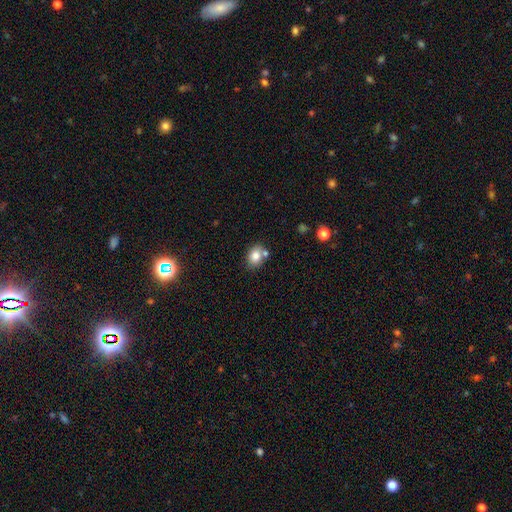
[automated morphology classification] A smooth galaxy with no disk features (81%) that is in between round and cigar-shaped (56%).

Vote fractions:
- Smooth or featured? smooth: 81% / star or artifact: 10% / featured or disk: 9%
- How rounded? in between: 56% / round: 43% / cigar-shaped: 1%
- Merging? none: 64% / merger: 18% / minor disturbance: 14% / major disturbance: 4%